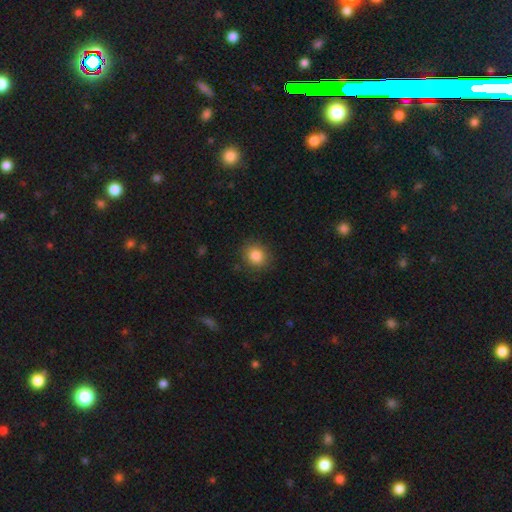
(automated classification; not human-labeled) This appears to be a smooth galaxy with no disk features (85%) that is round (79%). Merging: none (88%).